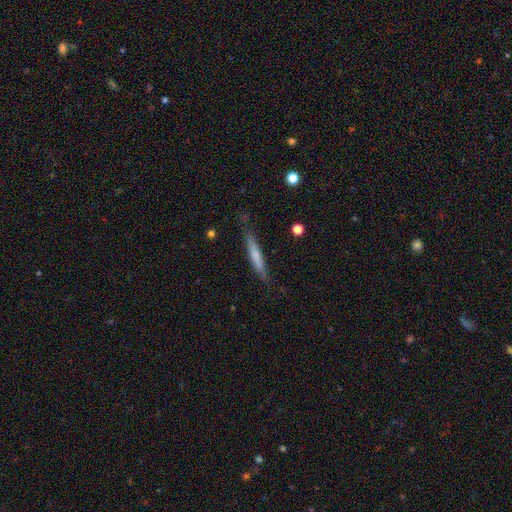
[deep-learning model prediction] smooth_or_featured: smooth (p=0.60) [alt: featured or disk p=0.34]
how_rounded: cigar-shaped (p=0.94) [alt: in between p=0.05]
merging: none (p=0.79) [alt: minor disturbance p=0.16]